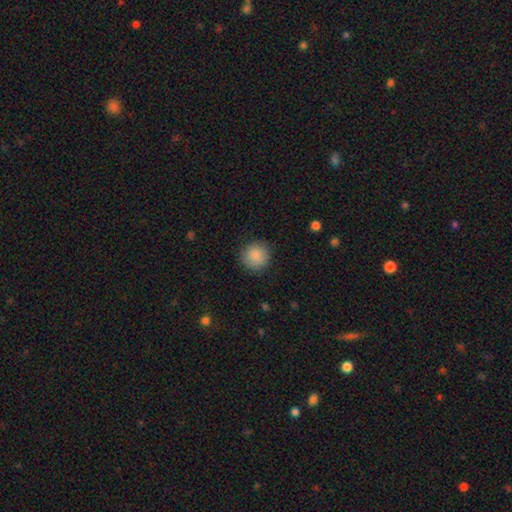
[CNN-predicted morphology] smooth-or-featured: smooth: 87% | star or artifact: 8% | featured or disk: 4%
  how-rounded: round: 94% | in between: 6% | cigar-shaped: 1%
  merging: none: 88% | minor disturbance: 9% | major disturbance: 3% | merger: 1%